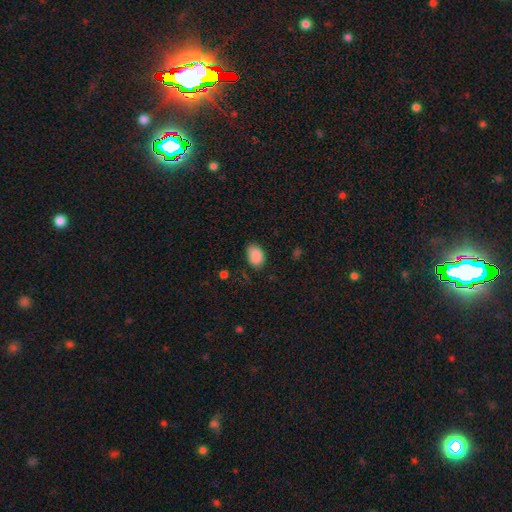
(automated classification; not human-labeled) Smooth or featured? smooth (88%)
How rounded? in between (80%)
Merging? none (66%)